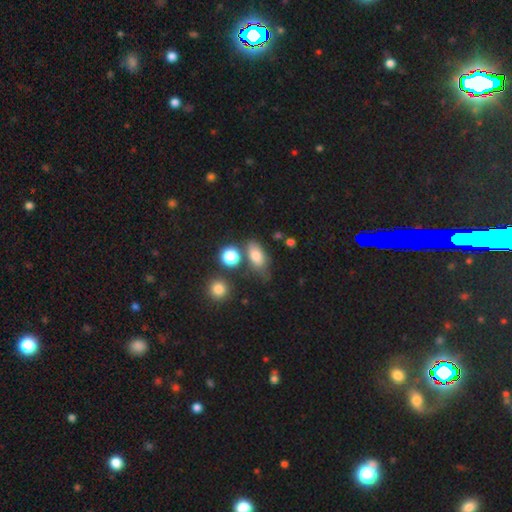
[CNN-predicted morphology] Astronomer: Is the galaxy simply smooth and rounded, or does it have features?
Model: smooth — 74%.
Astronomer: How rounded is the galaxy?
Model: in between — 82%.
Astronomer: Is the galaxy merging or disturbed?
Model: none — 57%.